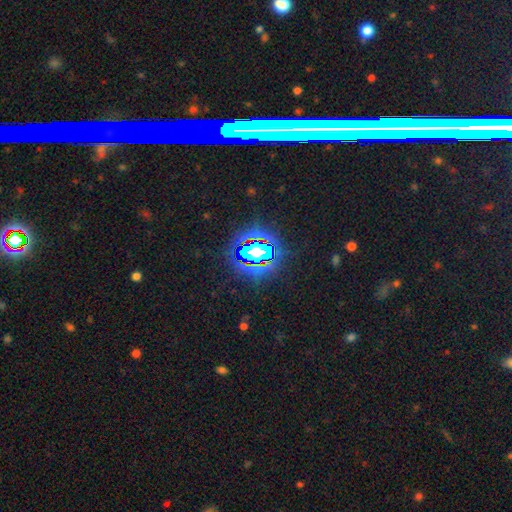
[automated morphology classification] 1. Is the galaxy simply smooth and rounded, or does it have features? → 75% star or artifact, 13% smooth, 12% featured or disk.